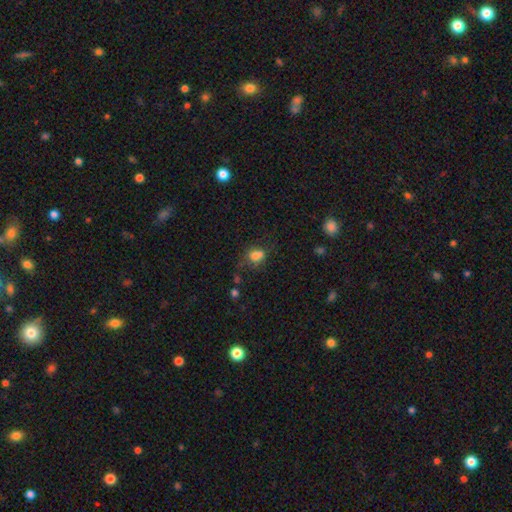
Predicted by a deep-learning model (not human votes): smooth-or-featured: smooth: 73% | star or artifact: 14% | featured or disk: 13%
  how-rounded: in between: 52% | round: 47% | cigar-shaped: 1%
  merging: none: 43% | minor disturbance: 23% | merger: 19% | major disturbance: 14%